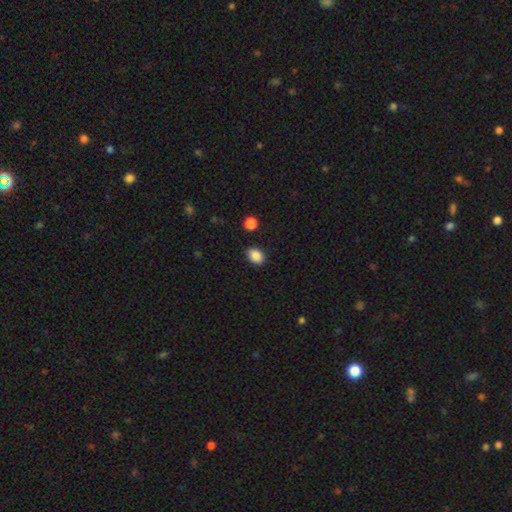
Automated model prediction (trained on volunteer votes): Smooth or featured: smooth — 88% (star or artifact — 9%)
How rounded: in between — 76% (round — 23%)
Merging: none — 86% (minor disturbance — 10%)